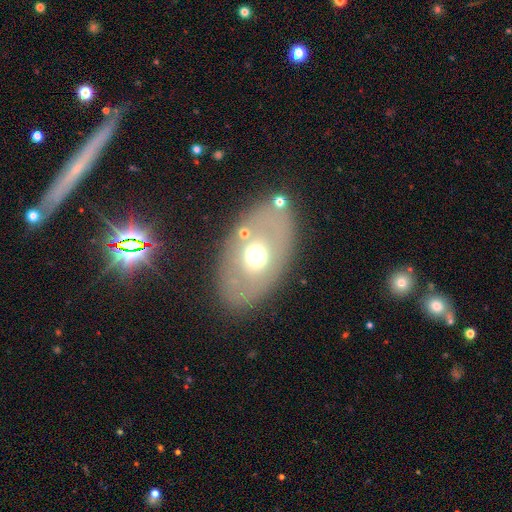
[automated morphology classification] featured or disk 46%, smooth 45%, star or artifact 9%. Down the decision tree: merging — none (79%).